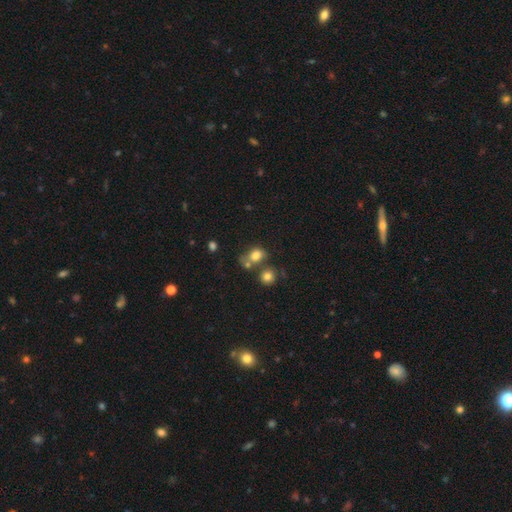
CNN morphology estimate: This appears to be a smooth galaxy with no disk features (77%) that is round (53%). Merging: none (43%).